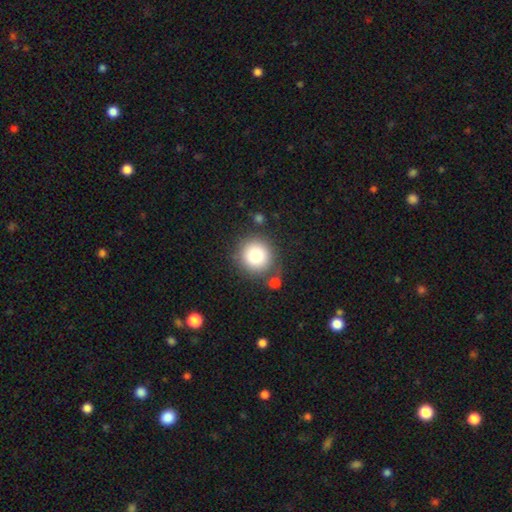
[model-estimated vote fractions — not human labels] Smooth or featured?
  - smooth: 80% *
  - star or artifact: 10%
  - featured or disk: 10%
How rounded?
  - round: 92% *
  - in between: 7%
  - cigar-shaped: 1%
Merging?
  - none: 78% *
  - minor disturbance: 11%
  - merger: 7%
  - major disturbance: 4%